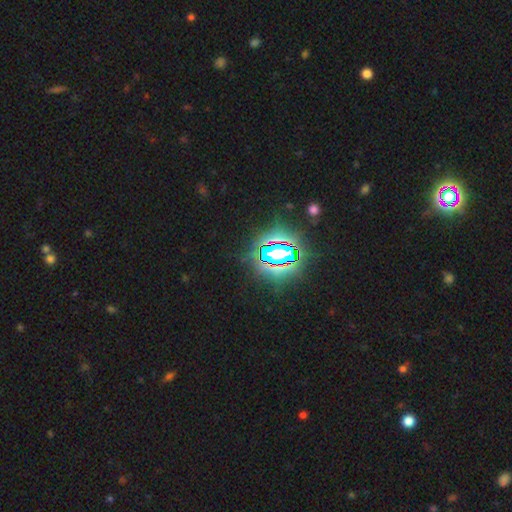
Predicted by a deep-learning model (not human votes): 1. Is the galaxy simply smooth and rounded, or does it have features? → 82% star or artifact, 11% smooth, 7% featured or disk.